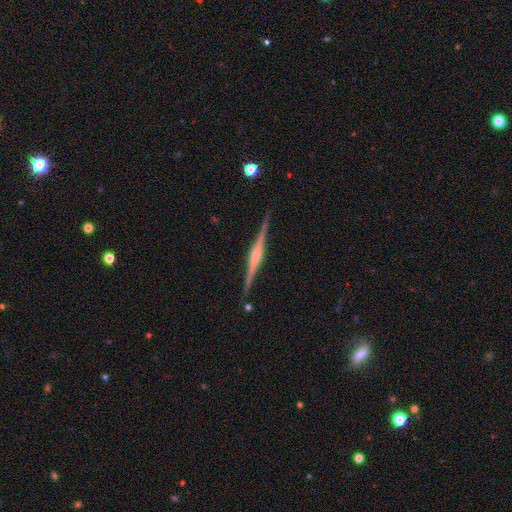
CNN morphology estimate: A featured or disk galaxy (85%) viewed edge-on (99%) with a rounded central bulge (74%).

Vote fractions:
- Smooth or featured? featured or disk: 85% / smooth: 9% / star or artifact: 5%
- Edge-on disk? yes: 99% / no: 1%
- Edge-on bulge? rounded: 74% / boxy: 20% / none: 6%
- Merging? none: 90% / minor disturbance: 7% / major disturbance: 1% / merger: 1%